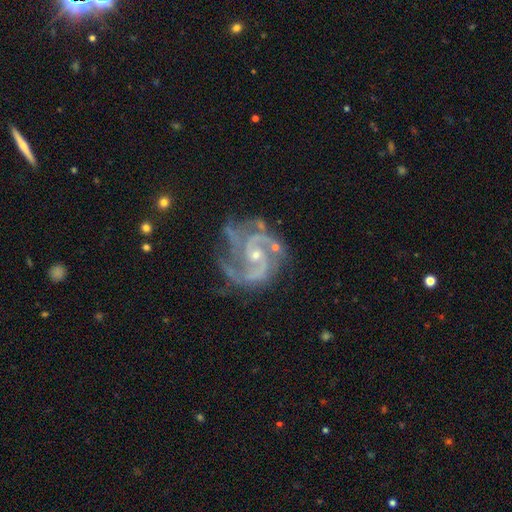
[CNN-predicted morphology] This appears to be a featured or disk galaxy (92%) with no bar (58%), 2 (49%) medium (55%) spiral arms (98%) and a small central bulge (66%). Merging: none (61%).